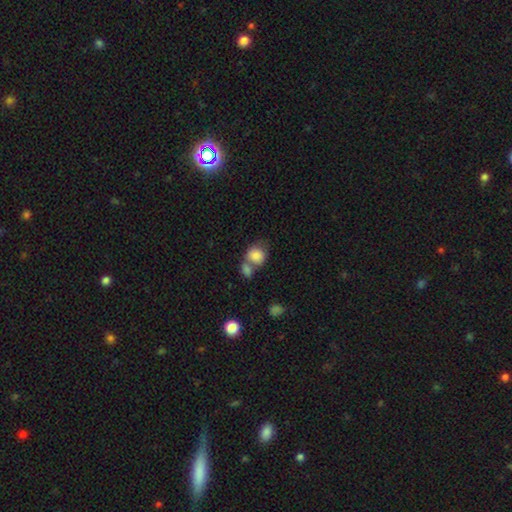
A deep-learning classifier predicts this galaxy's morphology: This appears to be a smooth galaxy with no disk features (83%) that is round (61%). Merging: merger (51%).